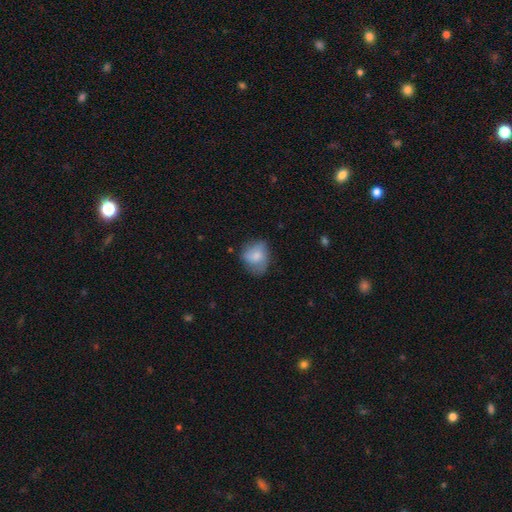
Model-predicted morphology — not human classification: This appears to be a smooth galaxy with no disk features (71%) that is round (55%). Merging: none (53%).